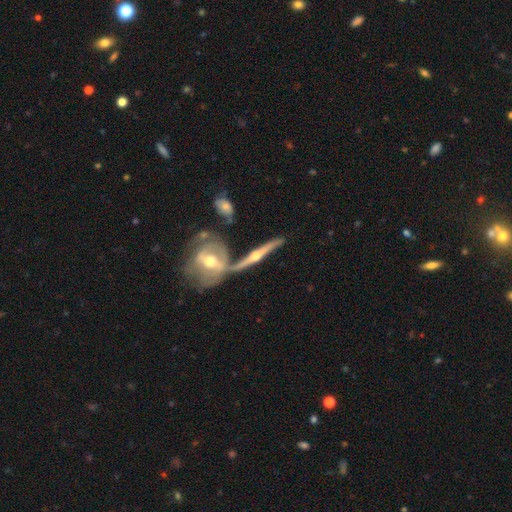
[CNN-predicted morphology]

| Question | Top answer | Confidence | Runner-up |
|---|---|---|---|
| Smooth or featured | featured or disk | 82% | smooth (13%) |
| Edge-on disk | yes | 92% | no (8%) |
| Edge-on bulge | rounded | 93% | none (4%) |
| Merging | none | 58% | merger (25%) |